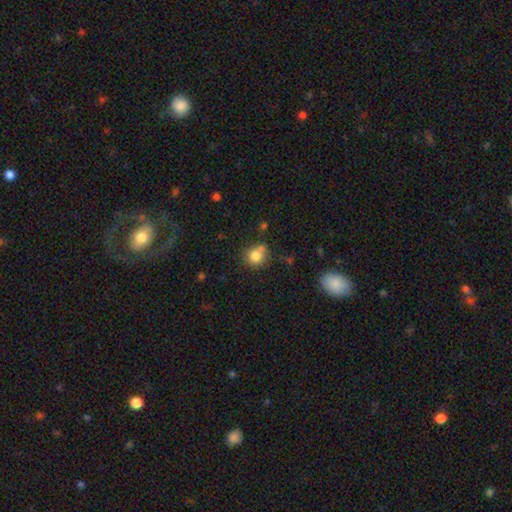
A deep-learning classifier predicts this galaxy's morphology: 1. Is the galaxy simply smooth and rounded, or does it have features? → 81% smooth, 11% star or artifact, 9% featured or disk.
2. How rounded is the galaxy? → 83% round, 16% in between, 1% cigar-shaped.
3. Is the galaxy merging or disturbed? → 59% none, 18% merger, 18% minor disturbance, 5% major disturbance.